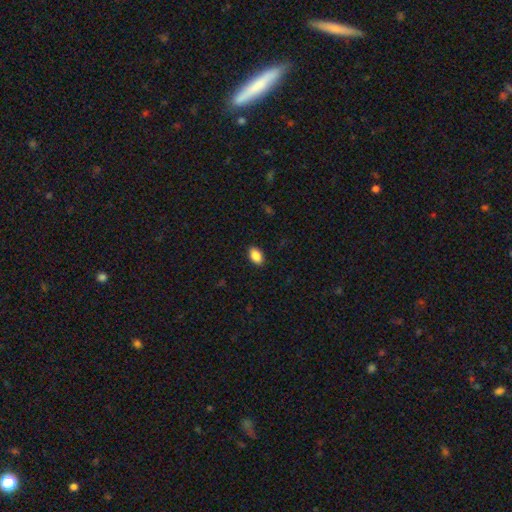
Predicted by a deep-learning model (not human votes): This is clearly a smooth galaxy (88%). How rounded: clearly in between (91%). Merging: clearly none (90%).